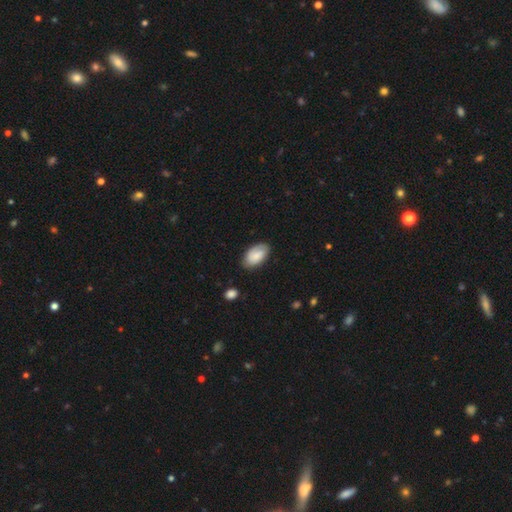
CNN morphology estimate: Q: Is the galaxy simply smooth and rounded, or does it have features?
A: smooth — 73%.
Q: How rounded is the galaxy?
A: in between — 94%.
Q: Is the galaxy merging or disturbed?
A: none — 77%.